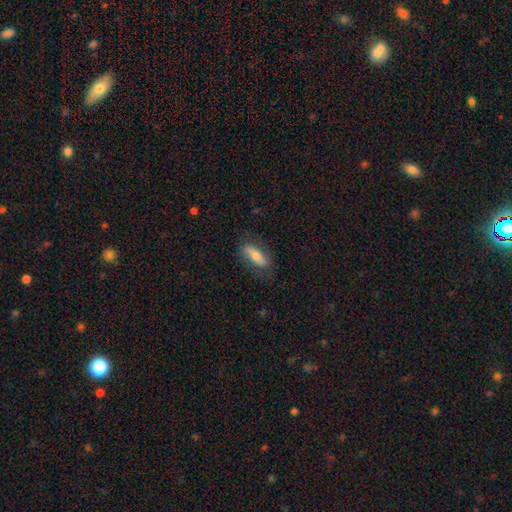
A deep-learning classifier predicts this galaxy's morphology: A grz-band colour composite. It shows a smooth galaxy with no disk features (65%) that is in between round and cigar-shaped (71%). Merging: none (76%).